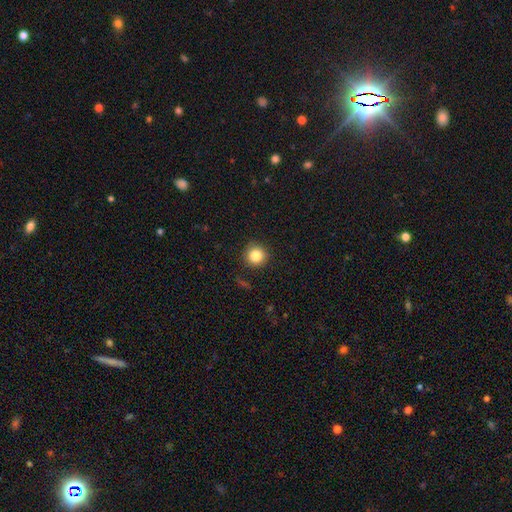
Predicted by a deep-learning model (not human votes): Q: Smooth or featured?
A: smooth (84%); runner-up: star or artifact (10%)
Q: How rounded?
A: round (94%); runner-up: in between (5%)
Q: Merging?
A: none (89%); runner-up: minor disturbance (8%)